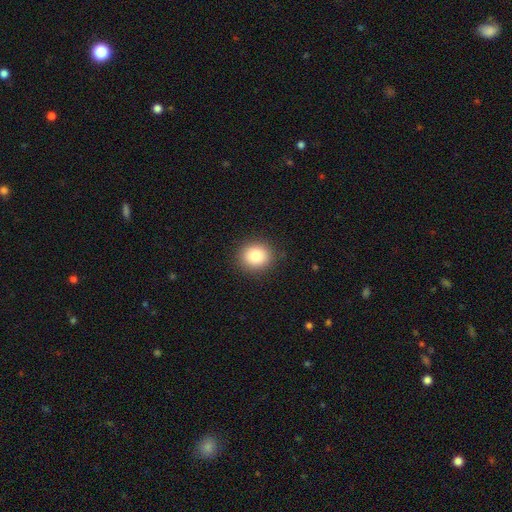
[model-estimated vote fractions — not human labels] smooth-or-featured: smooth: 84% | star or artifact: 9% | featured or disk: 7%
  how-rounded: round: 78% | in between: 21% | cigar-shaped: 1%
  merging: none: 90% | minor disturbance: 7% | major disturbance: 2% | merger: 1%